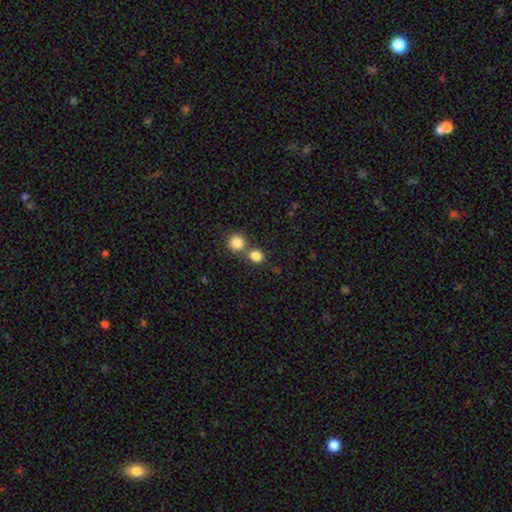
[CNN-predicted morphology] type=smooth (84%); roundness=round (77%); merging=none (59%).